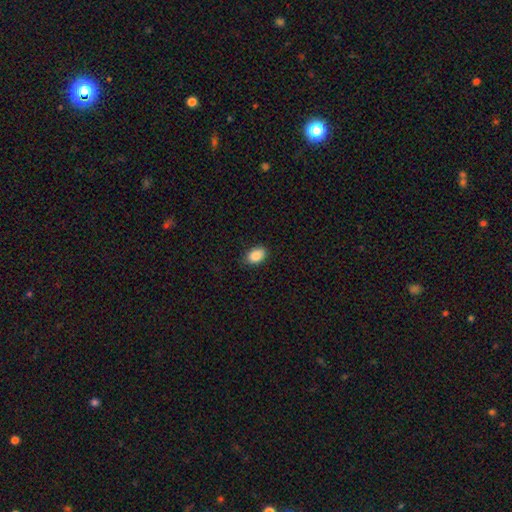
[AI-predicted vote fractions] Overall: smooth (88%). How rounded: in between (87%). Merging: none (85%).